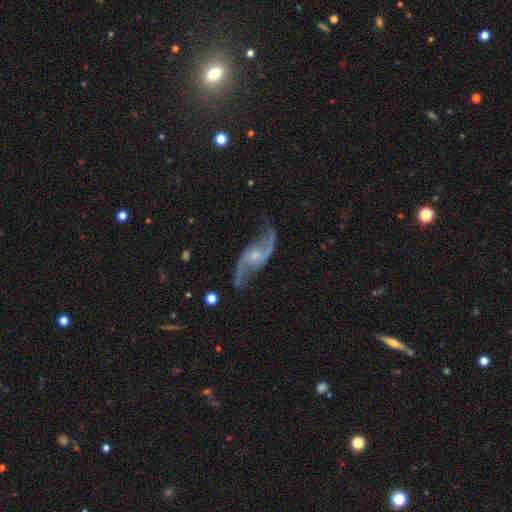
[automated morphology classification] Smooth or featured? featured or disk (90%)
Edge-on disk? no (95%)
Bar? no (63%)
Spiral arms? yes (97%)
Spiral winding? loose (81%)
Spiral arm count? 2 (94%)
Bulge size? small (64%)
Merging? none (76%)